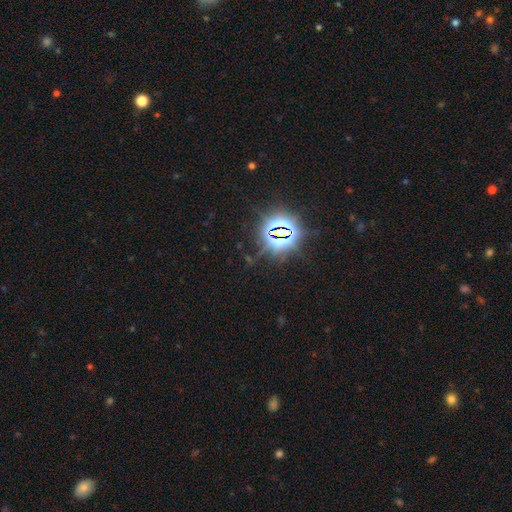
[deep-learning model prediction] This appears to be a star or artifact, not a galaxy (82%).